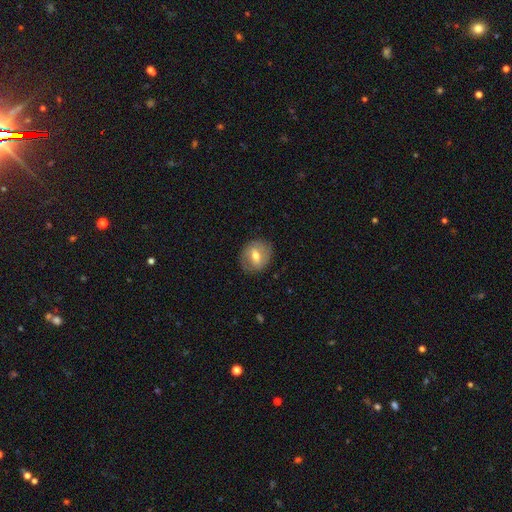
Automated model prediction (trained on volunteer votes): smooth_or_featured: smooth (p=0.51) [alt: featured or disk p=0.41]
how_rounded: round (p=0.70) [alt: in between p=0.29]
merging: none (p=0.83) [alt: minor disturbance p=0.12]